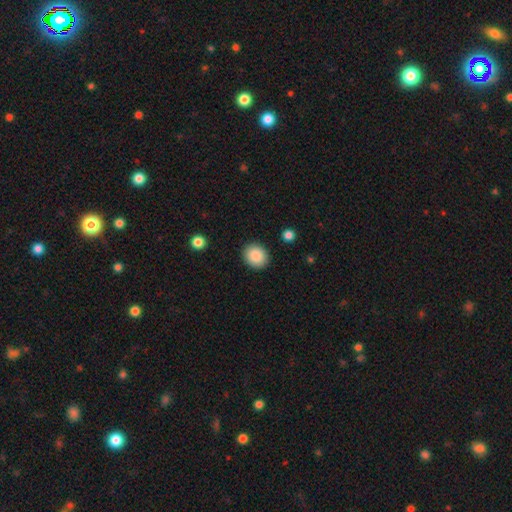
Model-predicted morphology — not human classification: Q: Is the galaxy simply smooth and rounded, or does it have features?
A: smooth — 88%.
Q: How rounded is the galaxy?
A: round — 72%.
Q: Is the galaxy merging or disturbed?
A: none — 90%.